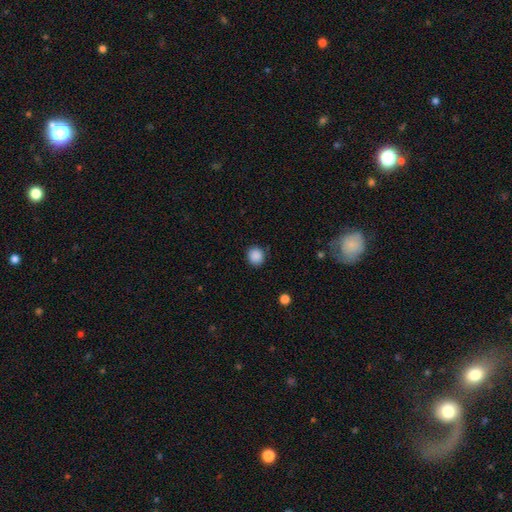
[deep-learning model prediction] smooth-or-featured: smooth: 88% | star or artifact: 9% | featured or disk: 2%
  how-rounded: round: 89% | in between: 10% | cigar-shaped: 1%
  merging: none: 89% | minor disturbance: 7% | major disturbance: 2% | merger: 1%